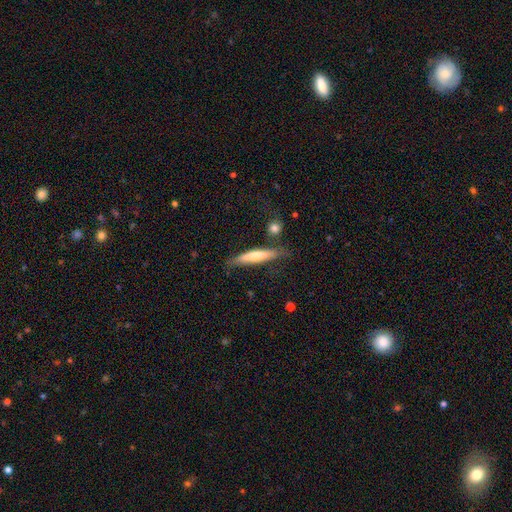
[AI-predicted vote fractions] Smooth or featured: smooth — 56% (featured or disk — 39%)
How rounded: cigar-shaped — 88% (in between — 10%)
Merging: none — 72% (minor disturbance — 18%)